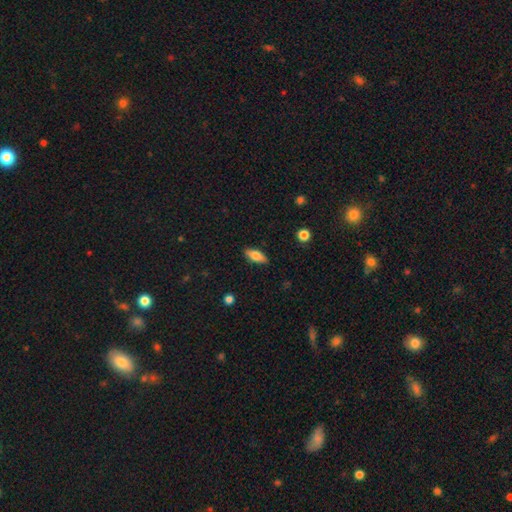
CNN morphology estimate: Smooth or featured?
  - smooth: 71% *
  - featured or disk: 22%
  - star or artifact: 7%
How rounded?
  - in between: 77% *
  - cigar-shaped: 20%
  - round: 3%
Merging?
  - none: 87% *
  - minor disturbance: 9%
  - major disturbance: 2%
  - merger: 1%